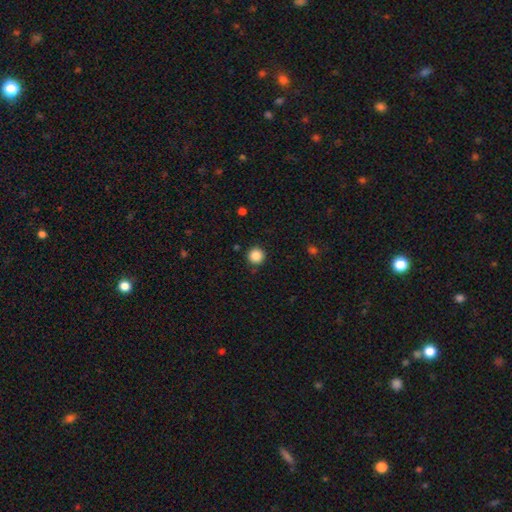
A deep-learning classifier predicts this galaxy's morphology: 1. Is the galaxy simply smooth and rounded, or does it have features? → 86% smooth, 10% star or artifact, 3% featured or disk.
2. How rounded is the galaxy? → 95% round, 4% in between, 1% cigar-shaped.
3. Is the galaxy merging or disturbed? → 91% none, 6% minor disturbance, 2% major disturbance, 1% merger.